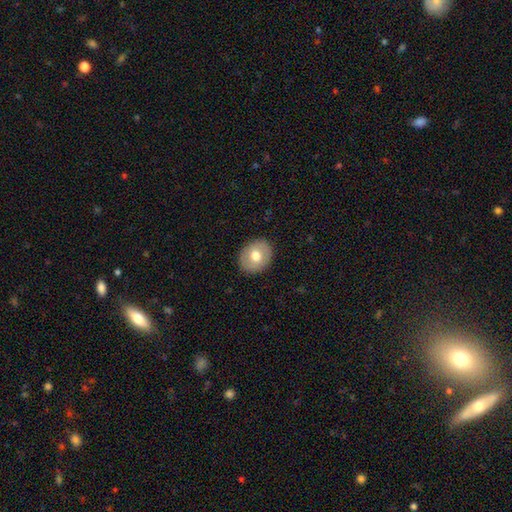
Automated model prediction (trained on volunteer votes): A smooth galaxy with no disk features (68%) that is round (59%).

Vote fractions:
- Smooth or featured? smooth: 68% / featured or disk: 25% / star or artifact: 7%
- How rounded? round: 59% / in between: 41% / cigar-shaped: 1%
- Merging? none: 89% / minor disturbance: 8% / major disturbance: 2% / merger: 1%